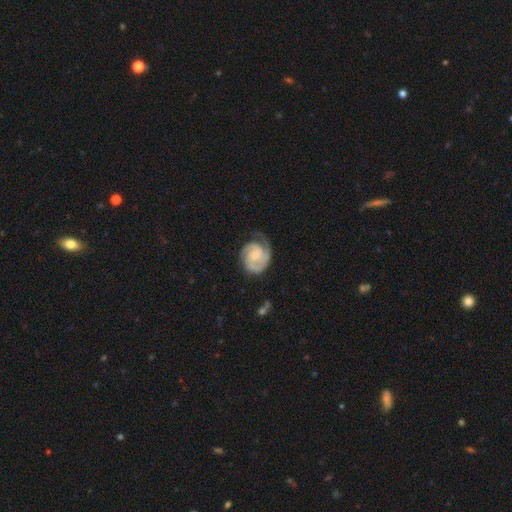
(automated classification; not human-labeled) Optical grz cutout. It shows a featured or disk galaxy (86%) with no bar (55%), 2 (65%) tight (58%) spiral arms (98%) and a small central bulge (58%). Merging: none (62%).